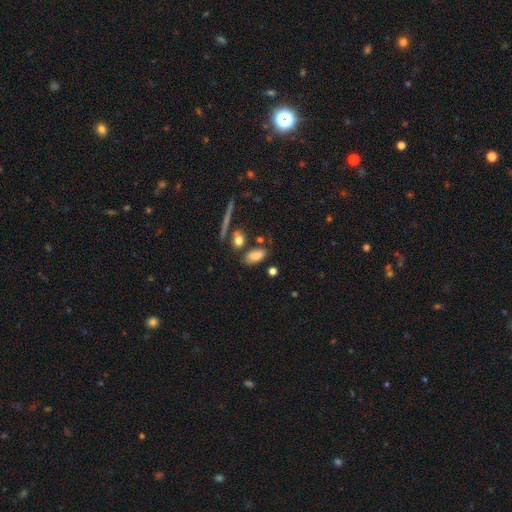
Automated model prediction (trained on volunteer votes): smooth-or-featured: smooth: 81% | featured or disk: 10% | star or artifact: 9%
  how-rounded: in between: 90% | cigar-shaped: 6% | round: 5%
  merging: none: 67% | minor disturbance: 17% | merger: 10% | major disturbance: 6%